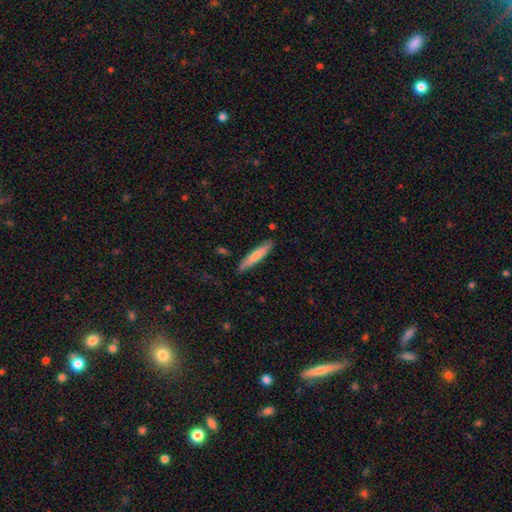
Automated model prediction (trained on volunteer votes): Smooth or featured?
  - smooth: 75% *
  - featured or disk: 20%
  - star or artifact: 5%
How rounded?
  - cigar-shaped: 90% *
  - in between: 9%
  - round: 1%
Merging?
  - none: 85% *
  - minor disturbance: 11%
  - major disturbance: 2%
  - merger: 2%